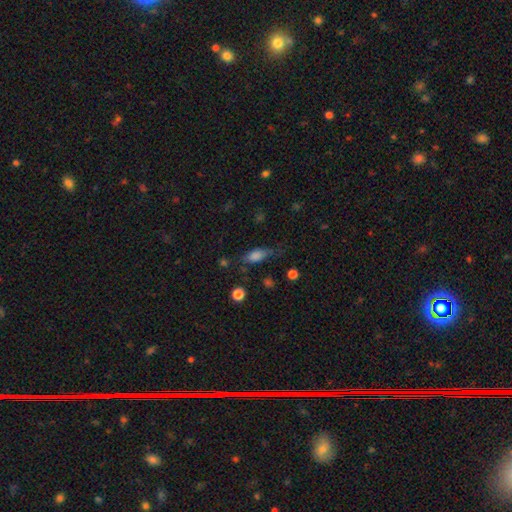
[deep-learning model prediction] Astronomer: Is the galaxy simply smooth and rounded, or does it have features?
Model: smooth — 76%.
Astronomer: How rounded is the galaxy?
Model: in between — 74%.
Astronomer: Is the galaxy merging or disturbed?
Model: none — 53% (runner-up: minor disturbance, 30%).